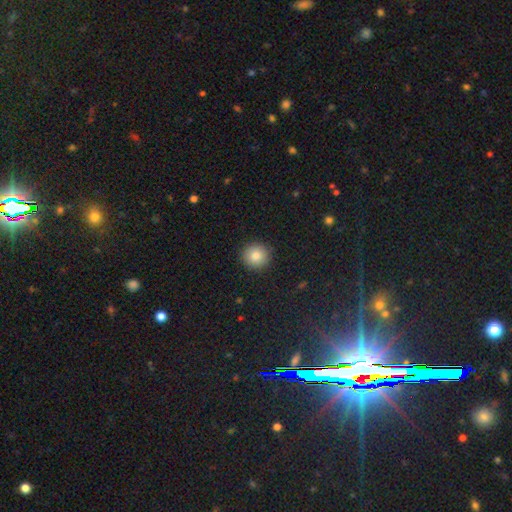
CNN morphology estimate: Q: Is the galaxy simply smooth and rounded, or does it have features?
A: smooth — 84%.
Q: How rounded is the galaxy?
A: round — 94%.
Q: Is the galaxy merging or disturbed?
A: none — 92%.